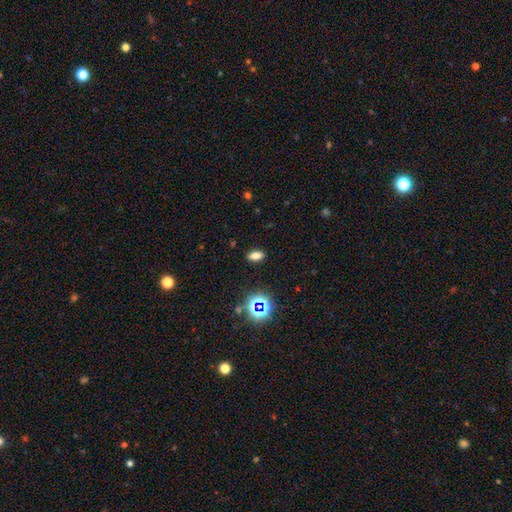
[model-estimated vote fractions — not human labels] A smooth galaxy with no disk features (72%) that is in between round and cigar-shaped (82%). Merging: none (89%).